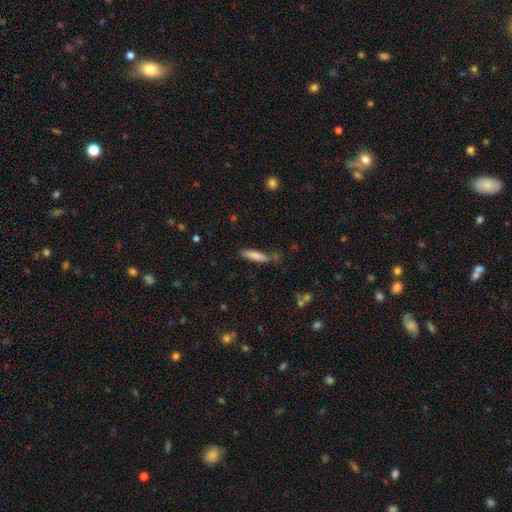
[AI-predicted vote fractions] Overall: smooth (80%). How rounded: cigar-shaped (78%). Merging: none (65%).